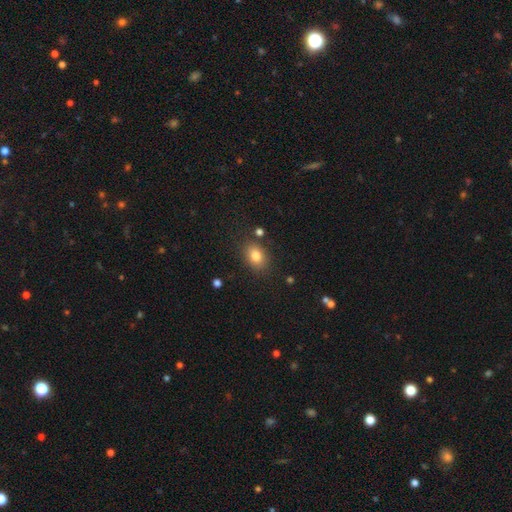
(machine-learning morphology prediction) smooth-or-featured: smooth: 82% | star or artifact: 10% | featured or disk: 8%
  how-rounded: in between: 73% | round: 25% | cigar-shaped: 1%
  merging: none: 82% | minor disturbance: 12% | major disturbance: 3% | merger: 3%